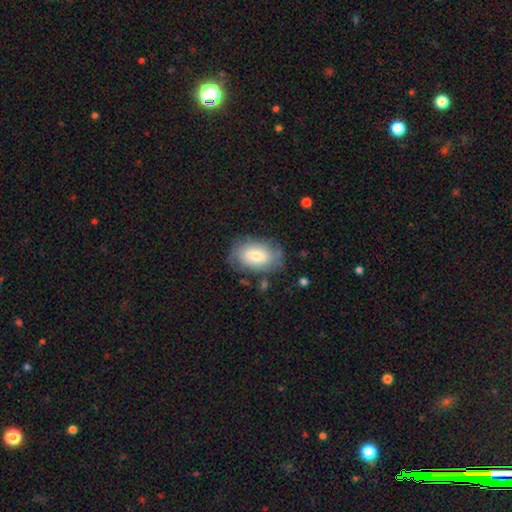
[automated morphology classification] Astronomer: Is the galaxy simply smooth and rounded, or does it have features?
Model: smooth — 63%.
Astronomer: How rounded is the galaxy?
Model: in between — 89%.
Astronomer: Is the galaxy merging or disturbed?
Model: none — 71%.